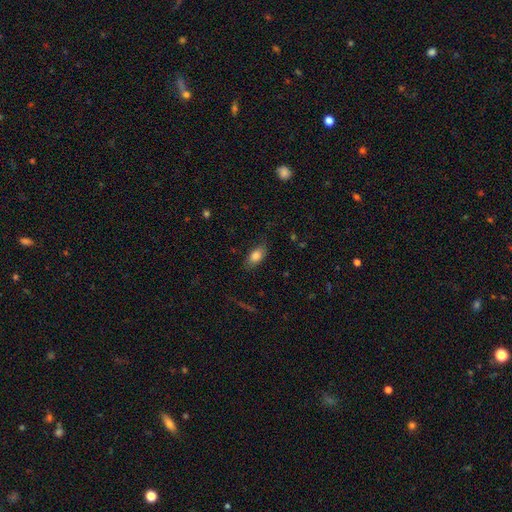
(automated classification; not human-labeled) smooth-or-featured: smooth: 81% | featured or disk: 11% | star or artifact: 8%
  how-rounded: in between: 89% | round: 6% | cigar-shaped: 5%
  merging: none: 77% | minor disturbance: 17% | major disturbance: 4% | merger: 1%